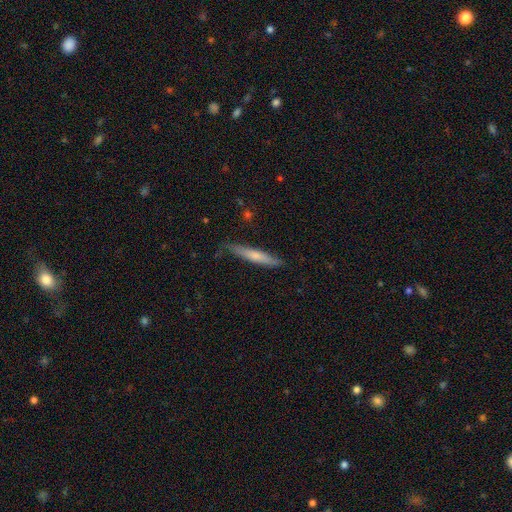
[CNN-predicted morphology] type=smooth (60%); roundness=cigar-shaped (93%); merging=none (77%).